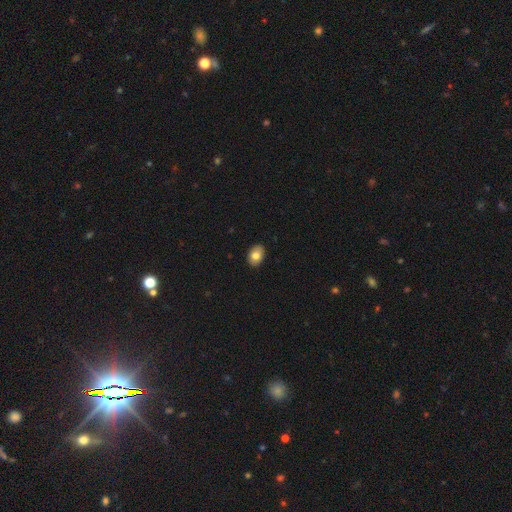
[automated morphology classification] This appears to be a smooth galaxy with no disk features (80%) that is in between round and cigar-shaped (82%). Merging: none (90%).